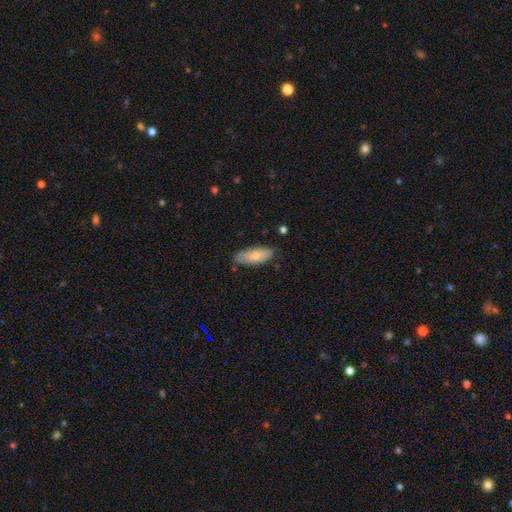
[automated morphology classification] smooth_or_featured: smooth (p=0.79) [alt: featured or disk p=0.15]
how_rounded: in between (p=0.75) [alt: cigar-shaped p=0.24]
merging: none (p=0.75) [alt: minor disturbance p=0.20]